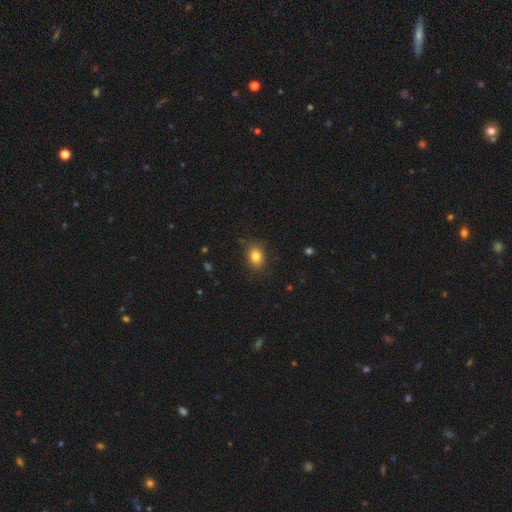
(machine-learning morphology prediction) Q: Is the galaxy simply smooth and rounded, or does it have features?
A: smooth — 82%.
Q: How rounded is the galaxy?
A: in between — 55%.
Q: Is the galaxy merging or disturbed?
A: none — 84%.